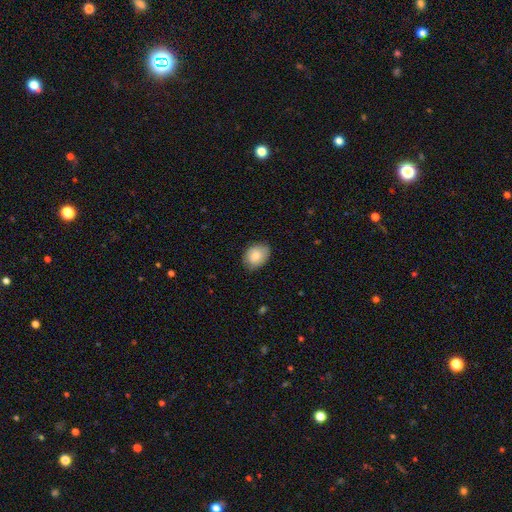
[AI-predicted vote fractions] Smooth or featured: smooth — 81% (featured or disk — 12%)
How rounded: in between — 67% (round — 32%)
Merging: none — 78% (minor disturbance — 18%)